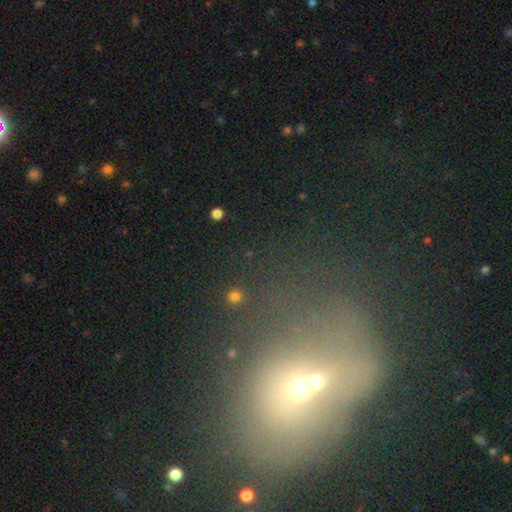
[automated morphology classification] Smooth or featured?
  - star or artifact: 39% *
  - smooth: 38%
  - featured or disk: 23%